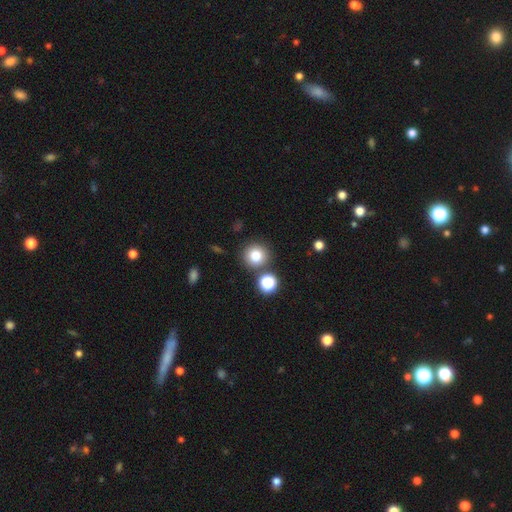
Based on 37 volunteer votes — This appears to be a smooth galaxy with no disk features (84%) that is round (100%). Merging: none (88%).